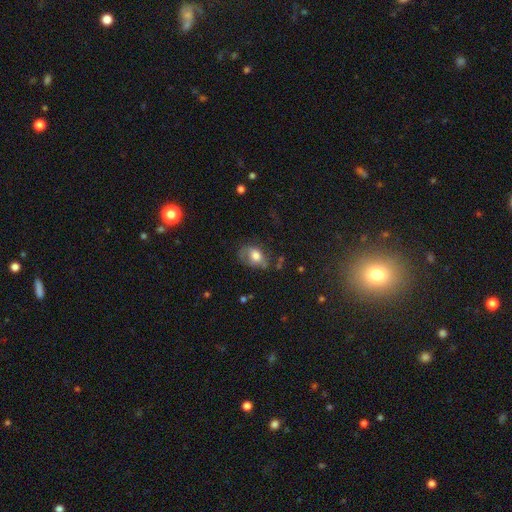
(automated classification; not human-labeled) A smooth galaxy with no disk features (66%) that is in between round and cigar-shaped (71%). Merging: none (43%).